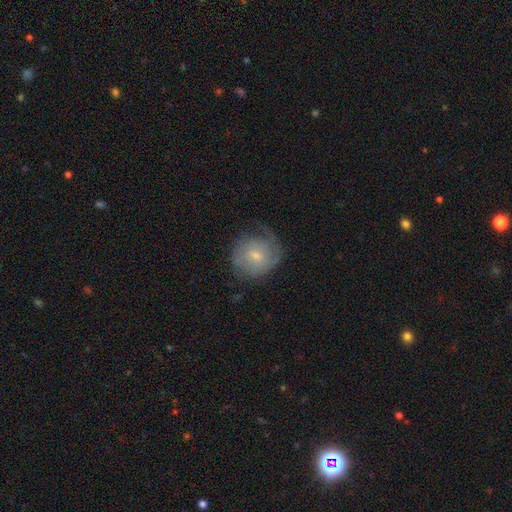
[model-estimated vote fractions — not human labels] Smooth or featured? featured or disk (48%)
Merging? none (54%)